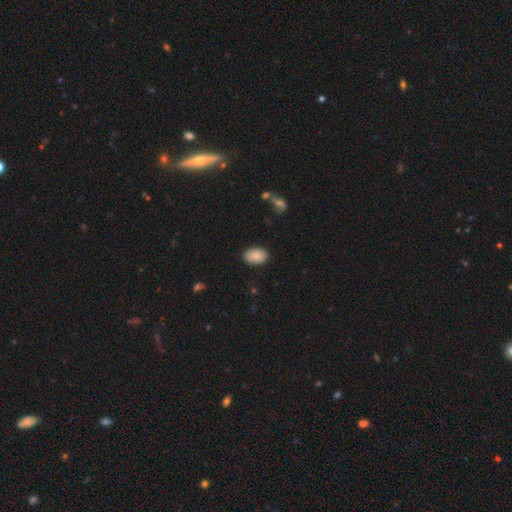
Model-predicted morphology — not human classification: smooth-or-featured: smooth: 87% | star or artifact: 7% | featured or disk: 6%
  how-rounded: in between: 89% | round: 9% | cigar-shaped: 1%
  merging: none: 88% | minor disturbance: 9% | major disturbance: 2% | merger: 1%